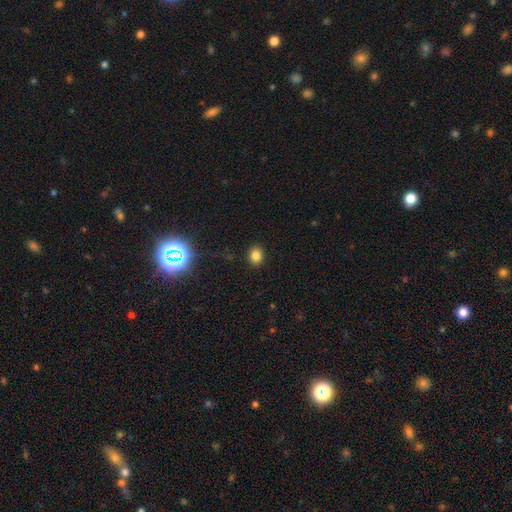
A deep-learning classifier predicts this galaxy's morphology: Smooth or featured?
  - smooth: 80% *
  - star or artifact: 14%
  - featured or disk: 6%
How rounded?
  - round: 53% *
  - in between: 46%
  - cigar-shaped: 1%
Merging?
  - none: 89% *
  - minor disturbance: 7%
  - major disturbance: 2%
  - merger: 1%